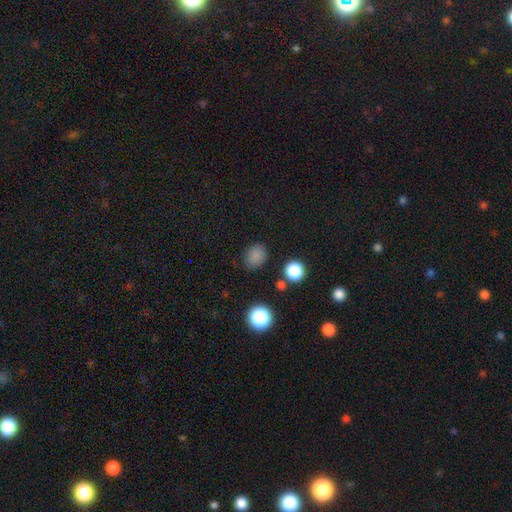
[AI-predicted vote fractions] A smooth galaxy with no disk features (81%) that is round (61%).

Vote fractions:
- Smooth or featured? smooth: 81% / star or artifact: 15% / featured or disk: 4%
- How rounded? round: 61% / in between: 38% / cigar-shaped: 1%
- Merging? none: 81% / minor disturbance: 13% / major disturbance: 4% / merger: 3%